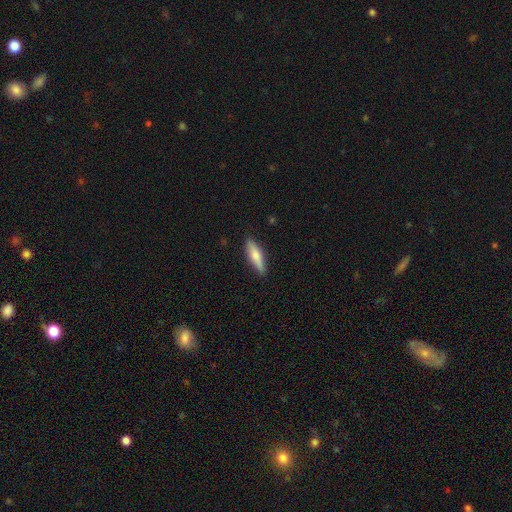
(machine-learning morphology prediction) A smooth galaxy with no disk features (68%) that is cigar-shaped (65%).

Vote fractions:
- Smooth or featured? smooth: 68% / featured or disk: 26% / star or artifact: 6%
- How rounded? cigar-shaped: 65% / in between: 33% / round: 2%
- Merging? none: 87% / minor disturbance: 10% / major disturbance: 2% / merger: 1%